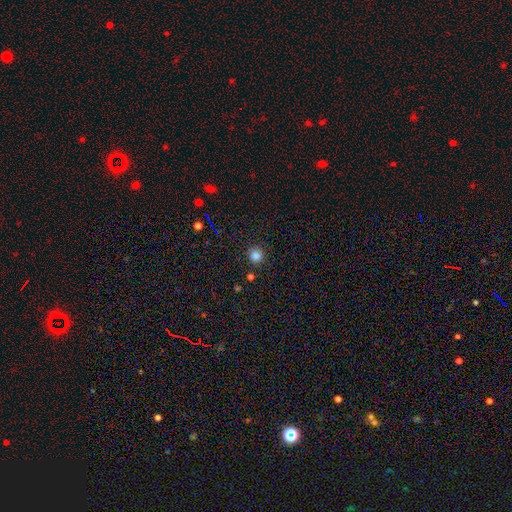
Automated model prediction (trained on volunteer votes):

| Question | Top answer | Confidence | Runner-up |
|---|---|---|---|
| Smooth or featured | smooth | 82% | star or artifact (13%) |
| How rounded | round | 94% | in between (5%) |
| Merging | none | 89% | minor disturbance (7%) |